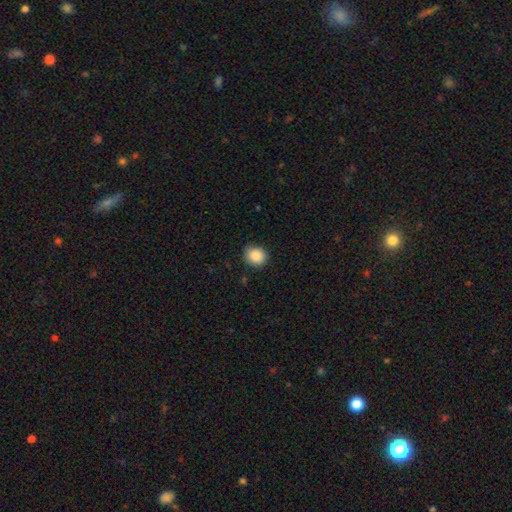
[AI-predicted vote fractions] Smooth or featured: smooth — 88% (star or artifact — 9%)
How rounded: round — 74% (in between — 25%)
Merging: none — 85% (minor disturbance — 12%)